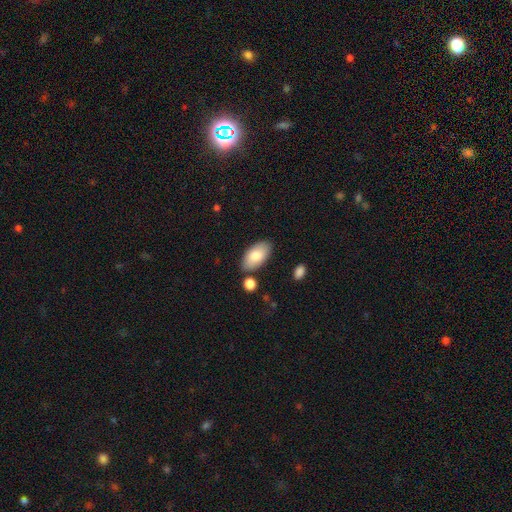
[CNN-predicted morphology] smooth-or-featured: smooth: 80% | featured or disk: 14% | star or artifact: 6%
  how-rounded: in between: 95% | round: 2% | cigar-shaped: 2%
  merging: none: 80% | minor disturbance: 12% | merger: 5% | major disturbance: 2%